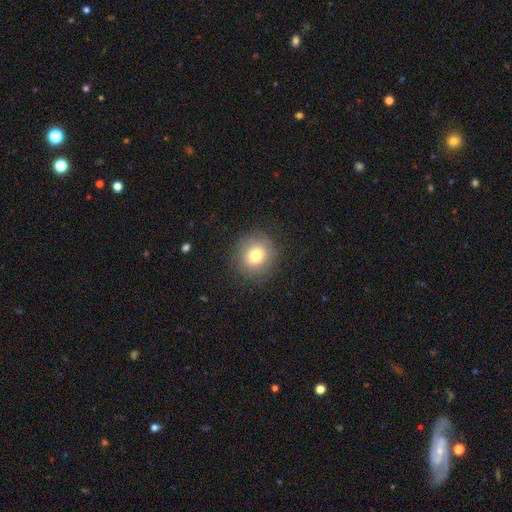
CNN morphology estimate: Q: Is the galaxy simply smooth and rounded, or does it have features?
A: smooth — 74%.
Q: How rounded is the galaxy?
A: round — 90%.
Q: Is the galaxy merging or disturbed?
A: none — 85%.